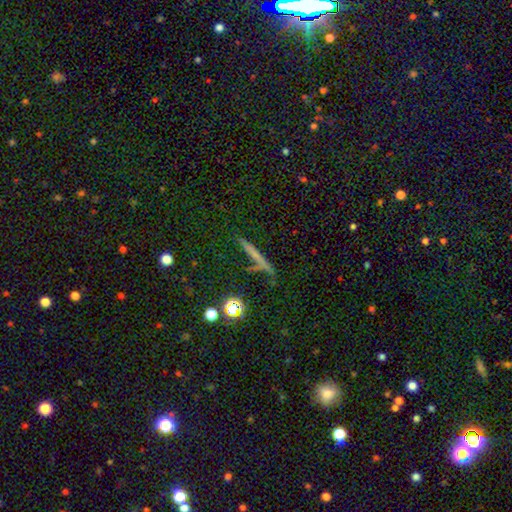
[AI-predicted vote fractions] Overall: smooth (53%; featured or disk 33%). How rounded: cigar-shaped (91%). Merging: none (77%).